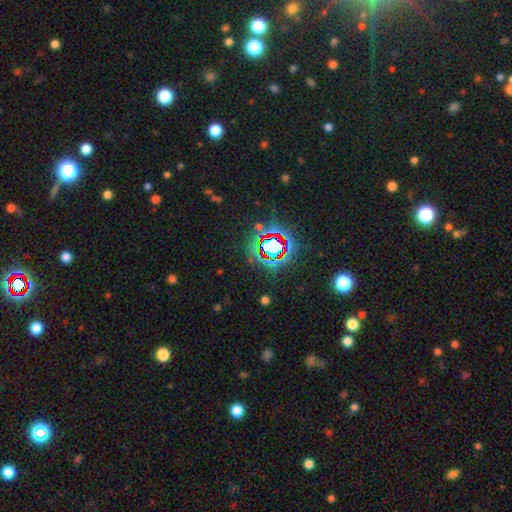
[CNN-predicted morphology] Smooth or featured? Predicted: star or artifact (p=0.82).